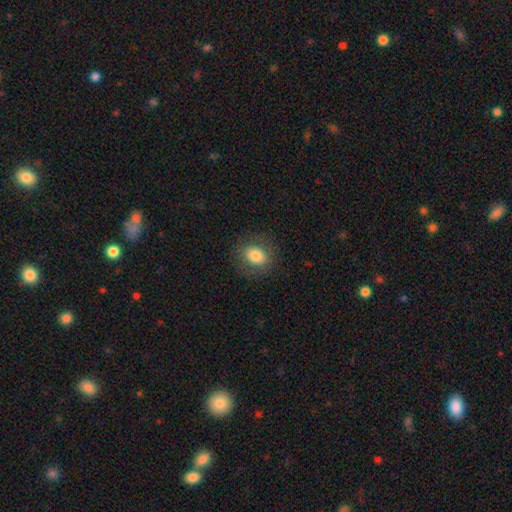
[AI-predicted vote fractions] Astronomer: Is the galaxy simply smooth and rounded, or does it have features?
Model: smooth — 80%.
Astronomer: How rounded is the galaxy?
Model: round — 53% (runner-up: in between, 46%).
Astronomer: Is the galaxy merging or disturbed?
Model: none — 84%.